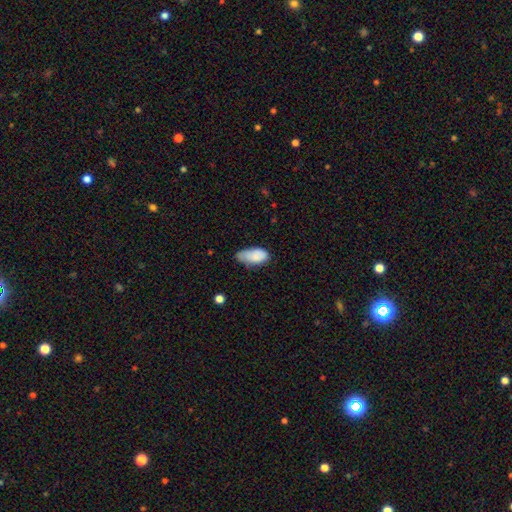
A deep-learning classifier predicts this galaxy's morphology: Smooth or featured? Predicted: smooth (p=0.81). How rounded? Predicted: in between (p=0.92). Merging? Predicted: minor disturbance (p=0.46).